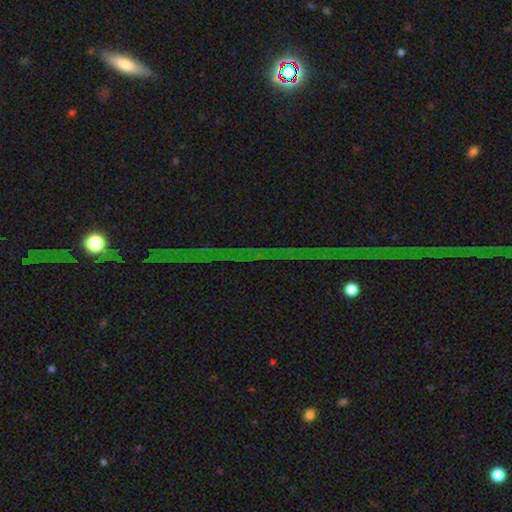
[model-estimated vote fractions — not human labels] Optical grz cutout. It shows a star or artifact, not a galaxy (79%).